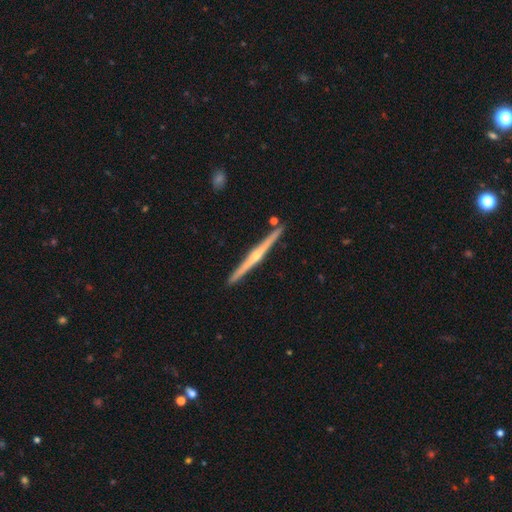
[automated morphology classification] A featured or disk galaxy (81%) viewed edge-on (98%) with a rounded central bulge (78%). Merging: none (88%).